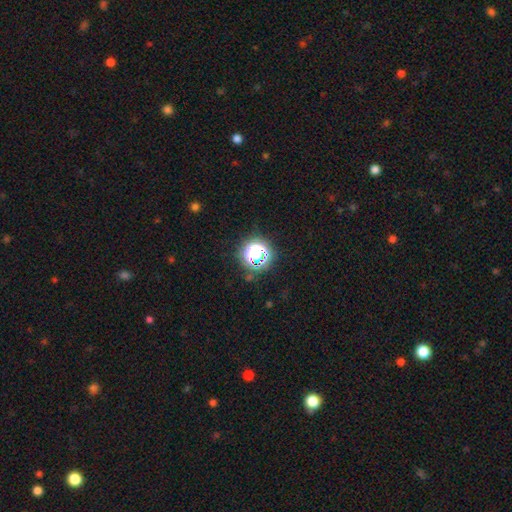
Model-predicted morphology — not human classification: Overall: star or artifact (50%; smooth 38%).